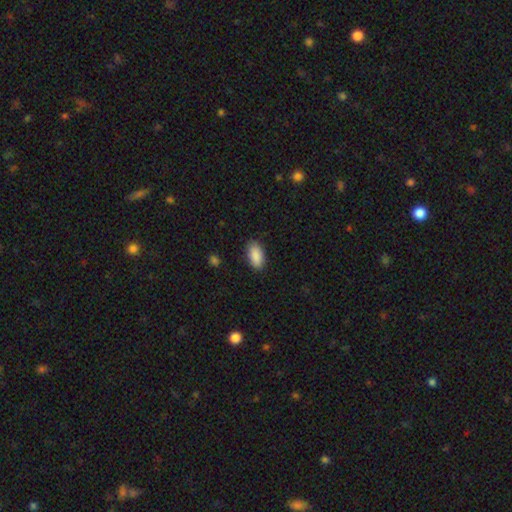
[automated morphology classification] The model was most divided on "merging": none: 88%, minor disturbance: 9%, major disturbance: 2%, merger: 1%. More confident: how rounded — in between (93%); smooth or featured — smooth (90%).